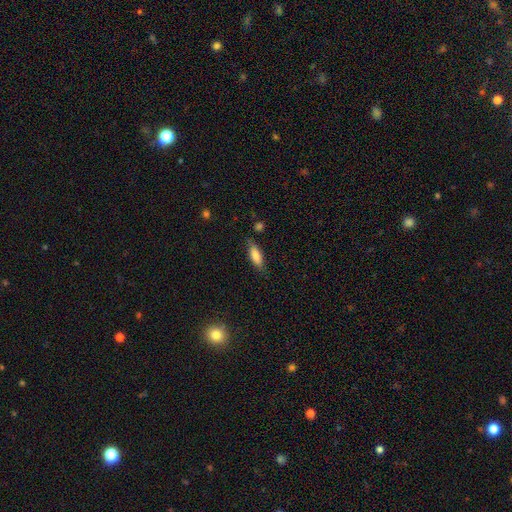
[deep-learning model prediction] smooth-or-featured: smooth: 80% | featured or disk: 13% | star or artifact: 7%
  how-rounded: in between: 63% | cigar-shaped: 35% | round: 2%
  merging: none: 76% | minor disturbance: 18% | major disturbance: 4% | merger: 2%